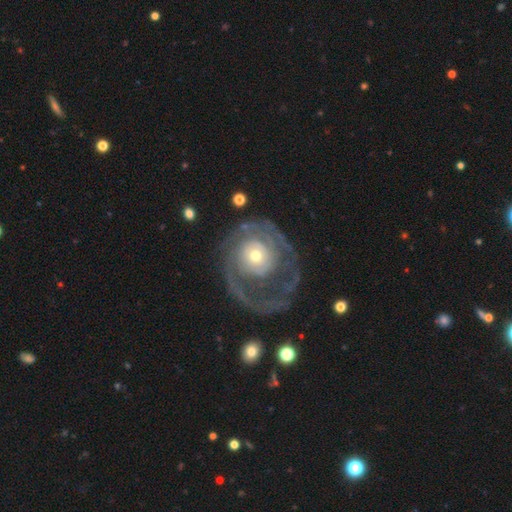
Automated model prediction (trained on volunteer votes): Smooth or featured?
  - featured or disk: 80% *
  - smooth: 15%
  - star or artifact: 5%
Edge-on disk?
  - no: 97% *
  - yes: 3%
Bar?
  - no: 81% *
  - weak: 15%
  - strong: 4%
Spiral arms?
  - yes: 79% *
  - no: 21%
Spiral winding?
  - tight: 58% *
  - medium: 27%
  - loose: 15%
Spiral arm count?
  - 2: 32% *
  - can't tell: 31%
  - 1: 17%
  - 3: 11%
  - 4: 5%
  - more than 4: 5%
Bulge size?
  - moderate: 50% *
  - small: 41%
  - large: 7%
  - dominant: 1%
  - none: 1%
Merging?
  - none: 52% *
  - major disturbance: 28%
  - minor disturbance: 16%
  - merger: 3%